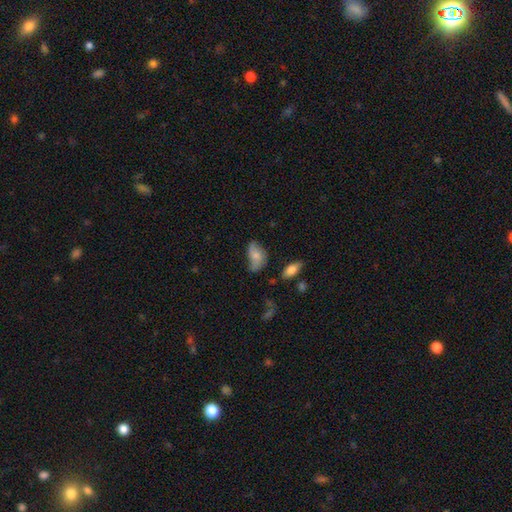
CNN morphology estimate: This appears to be a smooth galaxy with no disk features (62%) that is in between round and cigar-shaped (90%). Merging: none (43%).